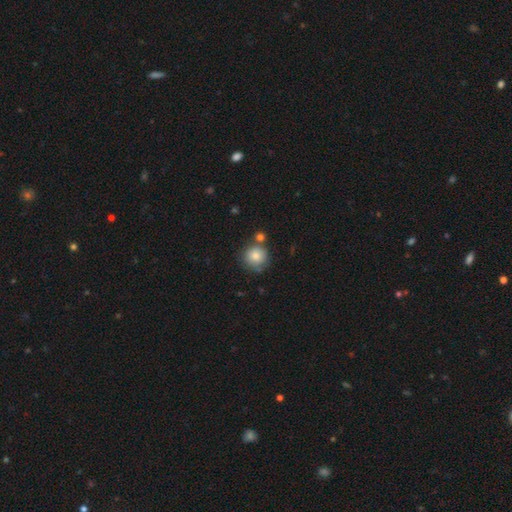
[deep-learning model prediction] This appears to be a smooth galaxy with no disk features (81%) that is round (92%). Merging: none (67%).